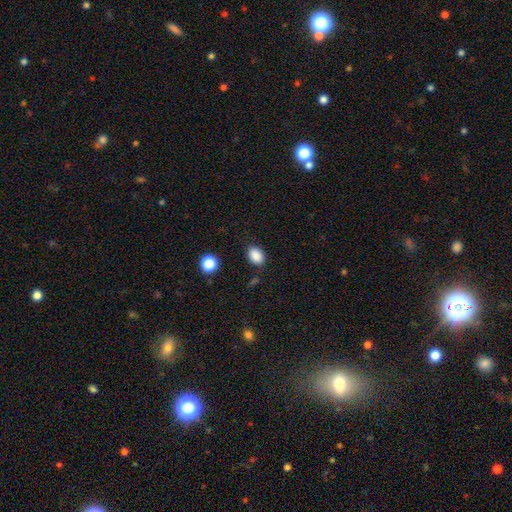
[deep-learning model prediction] smooth-or-featured: smooth: 87% | star or artifact: 10% | featured or disk: 3%
  how-rounded: in between: 73% | round: 26% | cigar-shaped: 1%
  merging: none: 83% | minor disturbance: 11% | major disturbance: 3% | merger: 2%